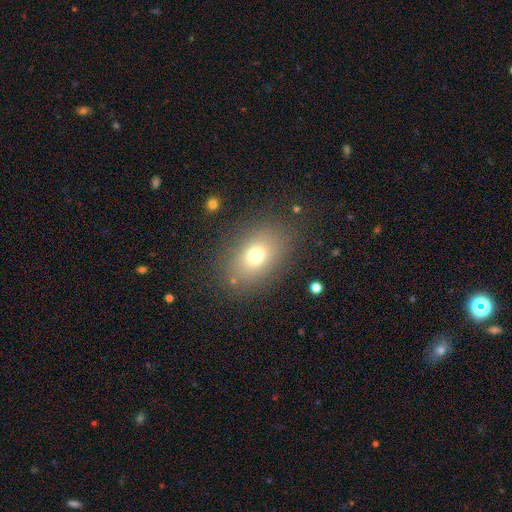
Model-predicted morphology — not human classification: smooth_or_featured: smooth (p=0.72) [alt: featured or disk p=0.15]
how_rounded: in between (p=0.76) [alt: round p=0.23]
merging: none (p=0.82) [alt: minor disturbance p=0.11]